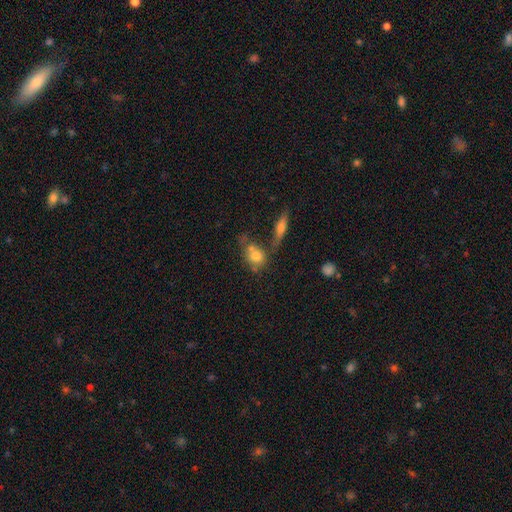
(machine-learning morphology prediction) This is likely a smooth galaxy (73%). How rounded: possibly round (52%). Merging: marginally none (40%).